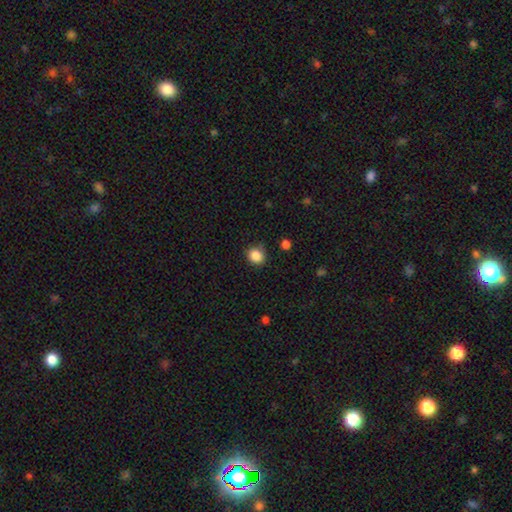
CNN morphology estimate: A smooth galaxy with no disk features (85%) that is round (80%). Merging: none (81%).